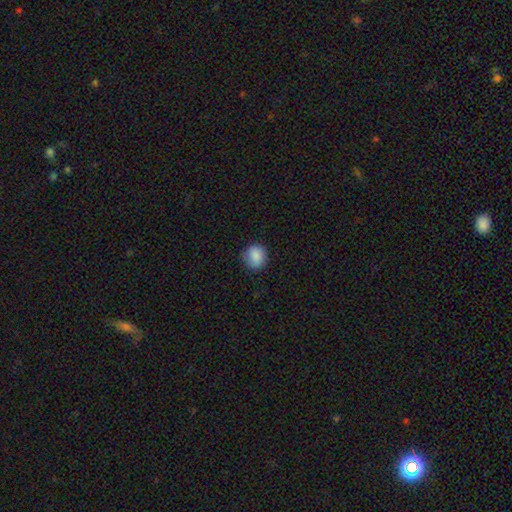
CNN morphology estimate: Smooth or featured?
  - smooth: 87% *
  - star or artifact: 8%
  - featured or disk: 4%
How rounded?
  - round: 81% *
  - in between: 18%
  - cigar-shaped: 1%
Merging?
  - none: 80% *
  - minor disturbance: 16%
  - major disturbance: 4%
  - merger: 1%